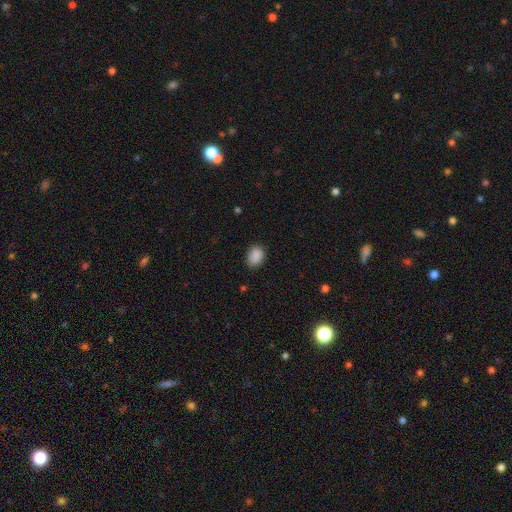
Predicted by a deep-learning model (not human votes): The model was most divided on "how rounded": in between: 71%, round: 28%, cigar-shaped: 1%. More confident: smooth or featured — smooth (89%); merging — none (83%).